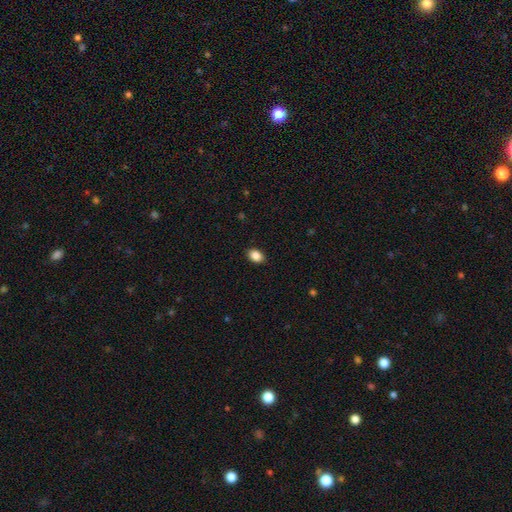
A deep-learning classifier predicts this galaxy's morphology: Smooth or featured: smooth — 88% (star or artifact — 9%)
How rounded: in between — 77% (round — 22%)
Merging: none — 89% (minor disturbance — 8%)